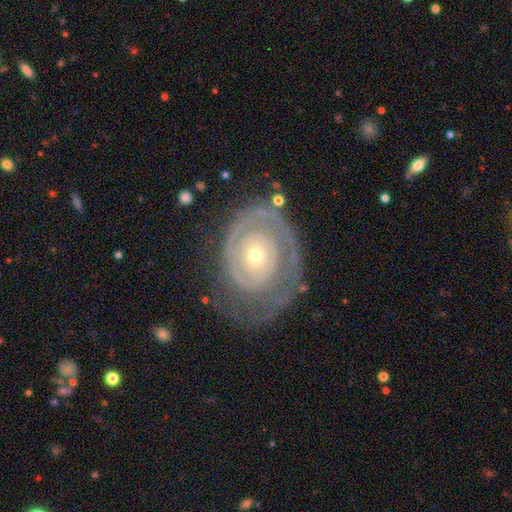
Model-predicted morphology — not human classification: Smooth or featured? featured or disk (82%)
Edge-on disk? no (96%)
Bar? no (82%)
Spiral arms? yes (84%)
Spiral winding? tight (80%)
Spiral arm count? 1 (31%)
Bulge size? small (59%)
Merging? none (66%)